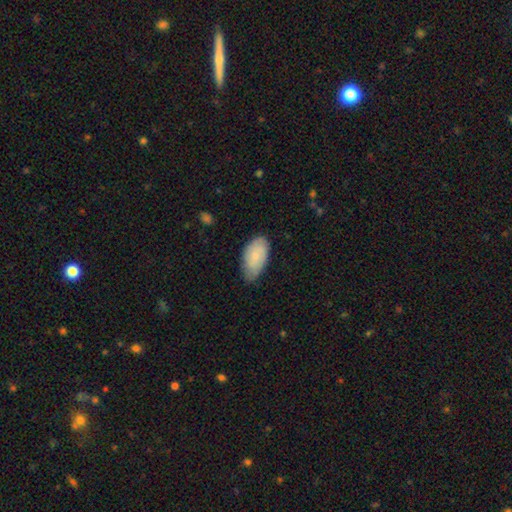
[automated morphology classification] smooth-or-featured: smooth: 68% | featured or disk: 26% | star or artifact: 6%
  how-rounded: in between: 94% | round: 3% | cigar-shaped: 3%
  merging: none: 63% | minor disturbance: 31% | major disturbance: 5% | merger: 1%